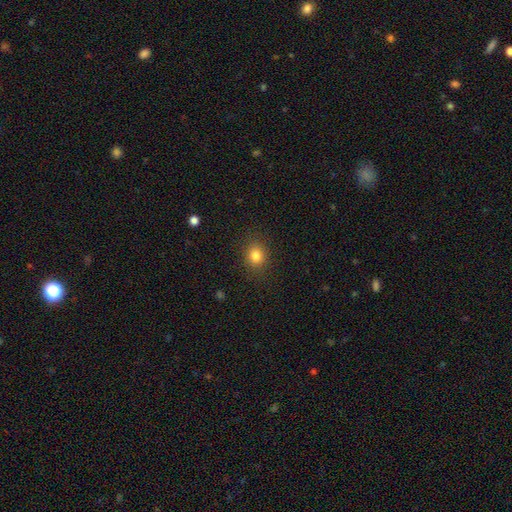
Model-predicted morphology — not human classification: A smooth galaxy with no disk features (82%) that is round (64%). Merging: none (87%).